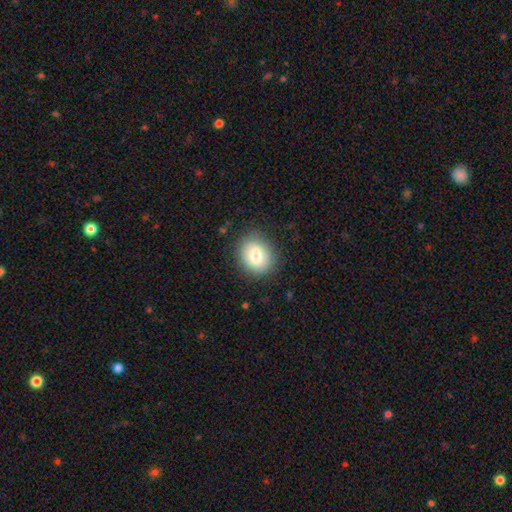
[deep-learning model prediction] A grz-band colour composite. It shows a smooth galaxy with no disk features (77%) that is round (59%). Merging: none (83%).